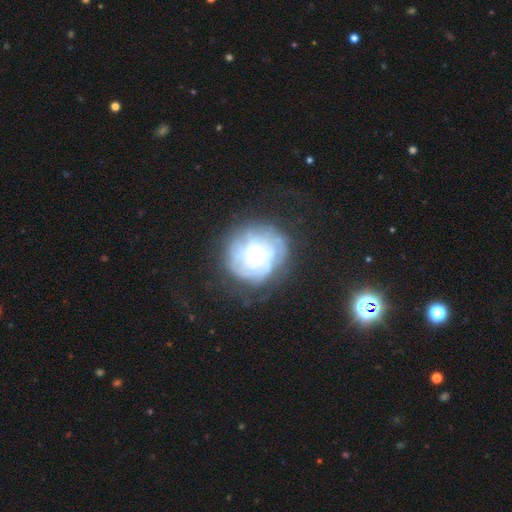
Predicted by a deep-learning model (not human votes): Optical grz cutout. It shows a featured or disk galaxy (67%) with no bar (86%), spiral arms (65%) and a small central bulge (54%). Merging: none (67%).